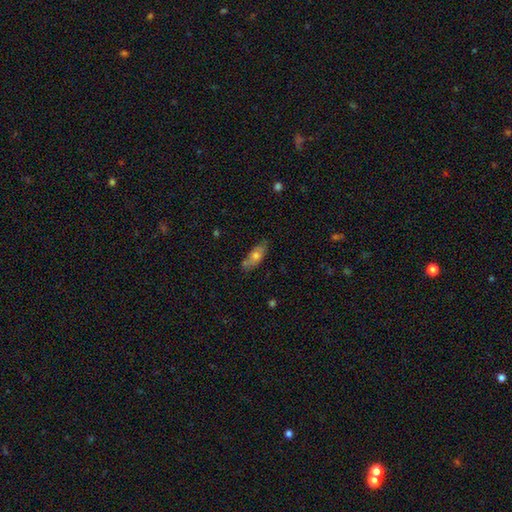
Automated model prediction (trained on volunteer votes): smooth-or-featured: smooth: 64% | featured or disk: 29% | star or artifact: 7%
  how-rounded: in between: 77% | cigar-shaped: 19% | round: 3%
  merging: none: 69% | minor disturbance: 22% | merger: 5% | major disturbance: 4%